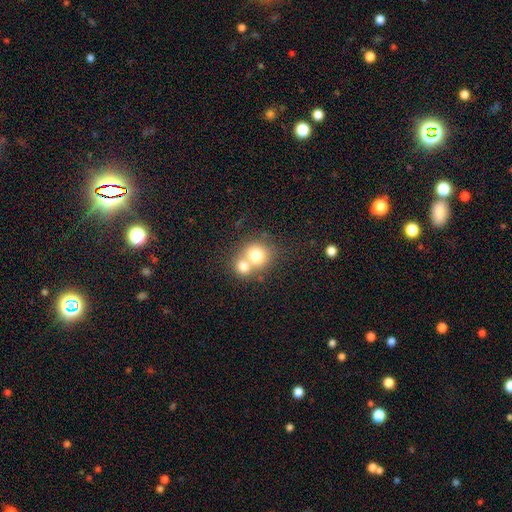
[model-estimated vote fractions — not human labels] Smooth or featured? Predicted: smooth (p=0.73). How rounded? Predicted: round (p=0.82). Merging? Predicted: merger (p=0.58).